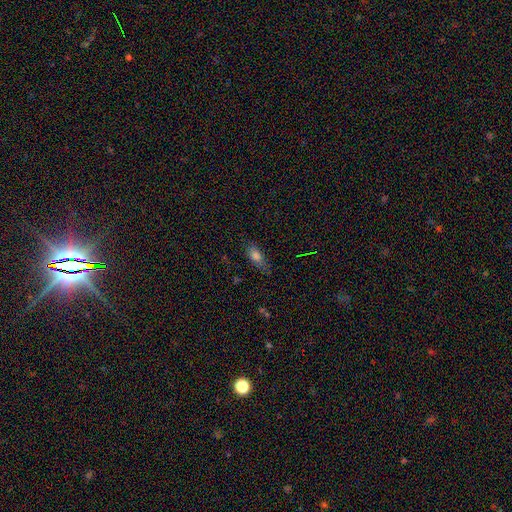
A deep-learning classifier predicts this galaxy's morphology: This is likely a smooth galaxy (76%). How rounded: likely in between (79%). Merging: likely none (71%).